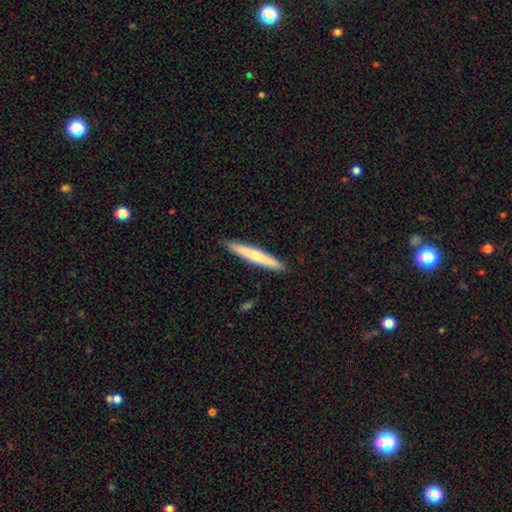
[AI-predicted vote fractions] Smooth or featured?
  - smooth: 66% *
  - featured or disk: 29%
  - star or artifact: 5%
How rounded?
  - cigar-shaped: 96% *
  - in between: 3%
  - round: 1%
Merging?
  - none: 91% *
  - minor disturbance: 6%
  - major disturbance: 1%
  - merger: 1%